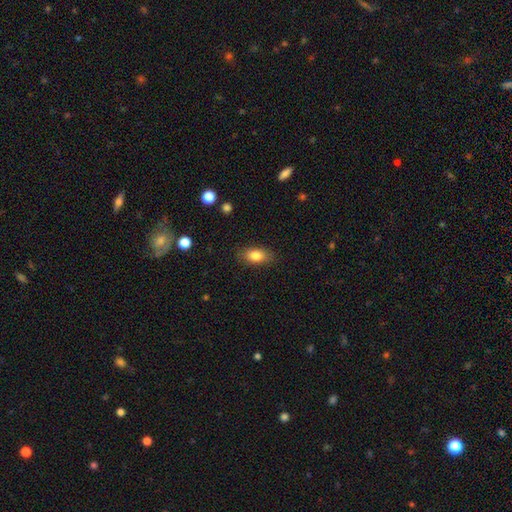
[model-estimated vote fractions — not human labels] smooth-or-featured: smooth: 82% | featured or disk: 10% | star or artifact: 8%
  how-rounded: in between: 86% | round: 9% | cigar-shaped: 5%
  merging: none: 84% | minor disturbance: 12% | major disturbance: 3% | merger: 1%